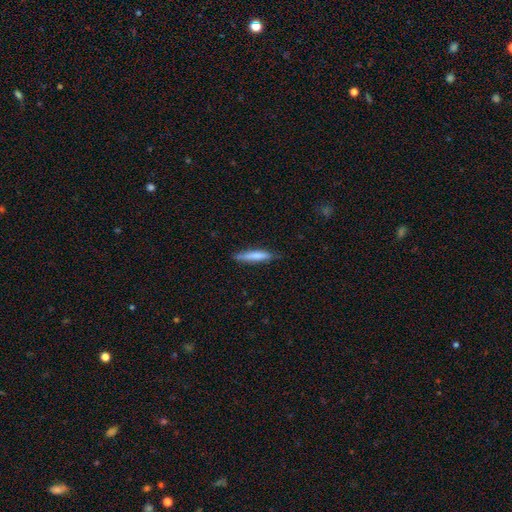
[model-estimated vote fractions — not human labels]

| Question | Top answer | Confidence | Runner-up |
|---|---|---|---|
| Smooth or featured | smooth | 75% | featured or disk (19%) |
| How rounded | cigar-shaped | 88% | in between (10%) |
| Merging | none | 79% | minor disturbance (17%) |